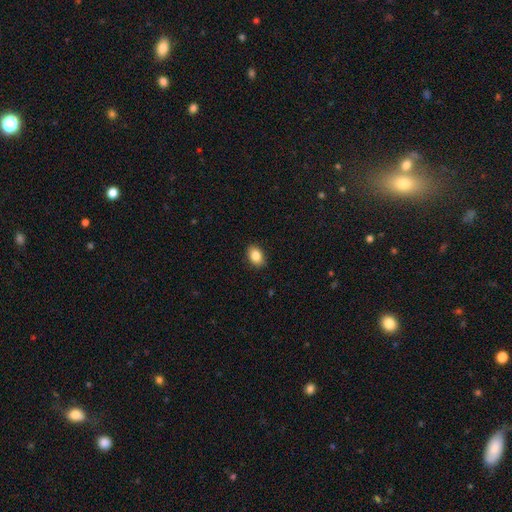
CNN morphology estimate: A smooth galaxy with no disk features (86%) that is in between round and cigar-shaped (81%).

Vote fractions:
- Smooth or featured? smooth: 86% / star or artifact: 8% / featured or disk: 6%
- How rounded? in between: 81% / round: 18% / cigar-shaped: 1%
- Merging? none: 89% / minor disturbance: 8% / major disturbance: 2% / merger: 1%